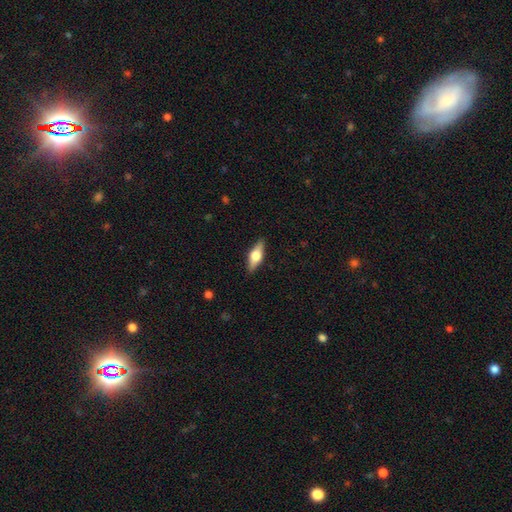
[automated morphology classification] This appears to be a featured or disk galaxy (56%) viewed edge-on (94%) with a rounded central bulge (93%). Merging: none (89%).